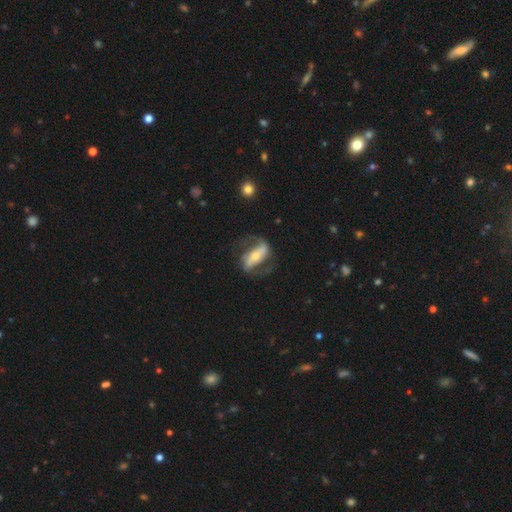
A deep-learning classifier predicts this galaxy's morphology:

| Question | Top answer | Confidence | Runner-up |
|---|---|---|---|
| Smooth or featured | featured or disk | 79% | smooth (16%) |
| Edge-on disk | no | 90% | yes (10%) |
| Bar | strong | 64% | weak (19%) |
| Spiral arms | yes | 87% | no (13%) |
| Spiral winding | medium | 42% | loose (41%) |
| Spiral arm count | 2 | 90% | can't tell (5%) |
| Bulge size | small | 48% | moderate (43%) |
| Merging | none | 67% | minor disturbance (17%) |